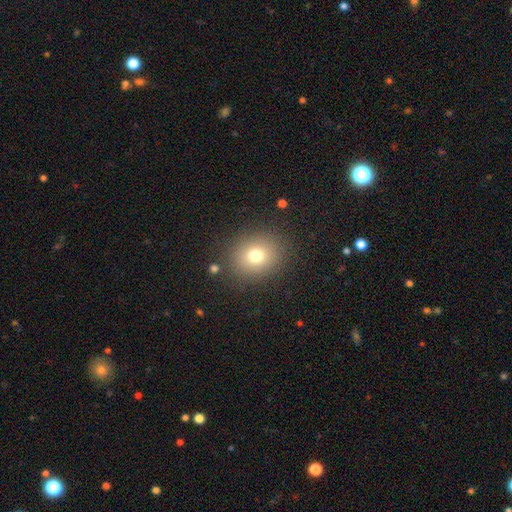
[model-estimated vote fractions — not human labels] Q: Smooth or featured?
A: smooth (74%); runner-up: star or artifact (15%)
Q: How rounded?
A: round (71%); runner-up: in between (28%)
Q: Merging?
A: none (86%); runner-up: minor disturbance (9%)